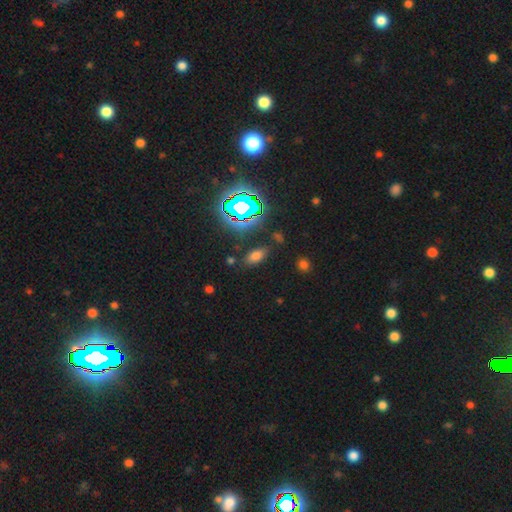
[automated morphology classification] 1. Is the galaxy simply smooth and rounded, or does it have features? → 65% smooth, 26% star or artifact, 9% featured or disk.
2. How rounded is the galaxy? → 87% in between, 7% round, 6% cigar-shaped.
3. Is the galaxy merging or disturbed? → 81% none, 11% minor disturbance, 4% major disturbance, 4% merger.